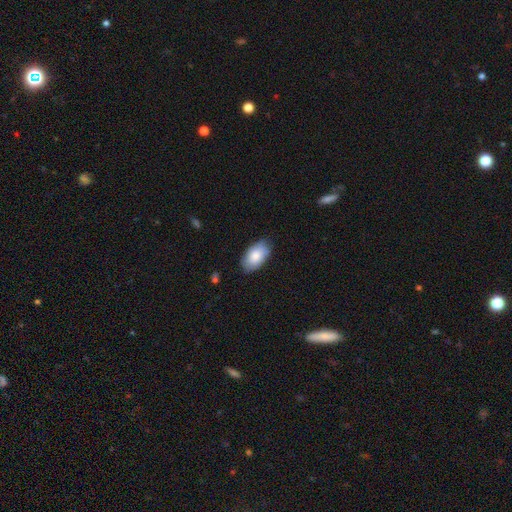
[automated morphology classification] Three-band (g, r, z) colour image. It shows a smooth galaxy with no disk features (81%) that is in between round and cigar-shaped (94%). Merging: none (79%).